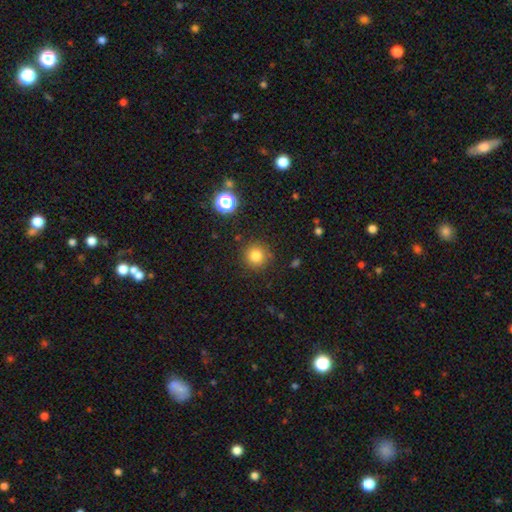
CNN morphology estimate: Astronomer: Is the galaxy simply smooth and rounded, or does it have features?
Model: smooth — 81%.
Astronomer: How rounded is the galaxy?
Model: round — 94%.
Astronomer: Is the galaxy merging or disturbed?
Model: none — 88%.